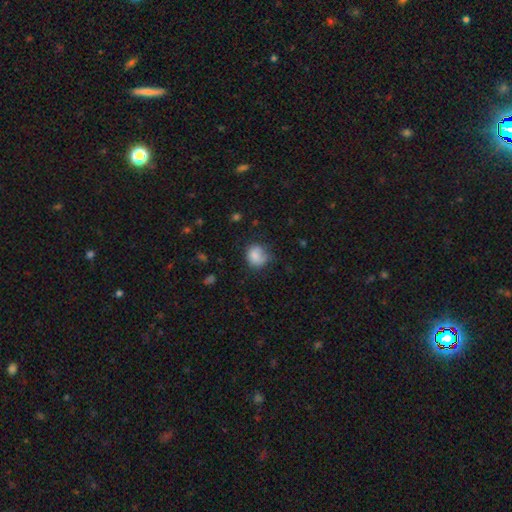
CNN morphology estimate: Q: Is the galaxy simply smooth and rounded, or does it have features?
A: smooth — 80%.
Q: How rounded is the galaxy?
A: round — 72%.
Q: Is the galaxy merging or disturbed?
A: none — 53%.